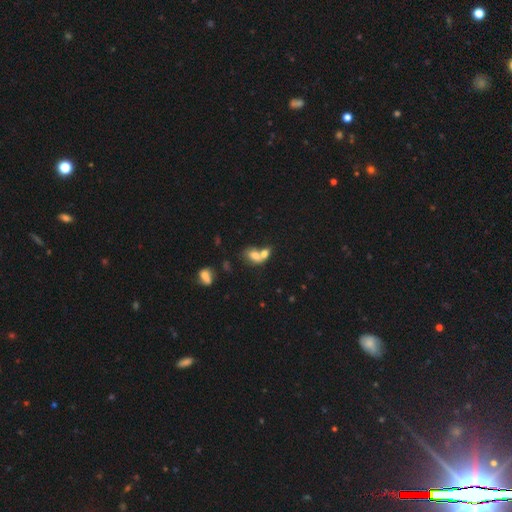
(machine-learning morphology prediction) The model was most divided on "how rounded": in between: 74%, round: 24%, cigar-shaped: 2%. More confident: smooth or featured — smooth (70%); merging — merger (70%).